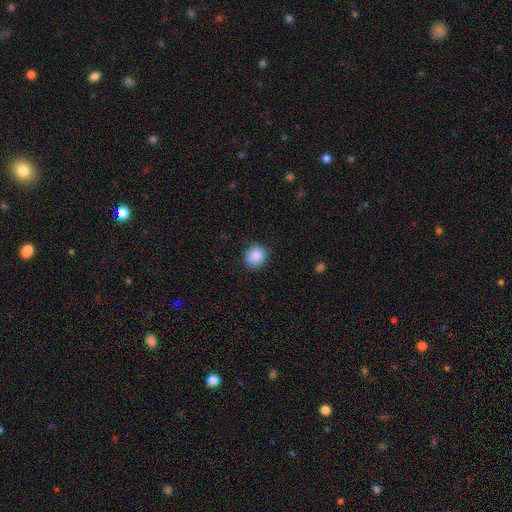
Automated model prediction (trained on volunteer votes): Q: Smooth or featured?
A: smooth (89%); runner-up: star or artifact (8%)
Q: How rounded?
A: round (83%); runner-up: in between (17%)
Q: Merging?
A: none (86%); runner-up: minor disturbance (10%)